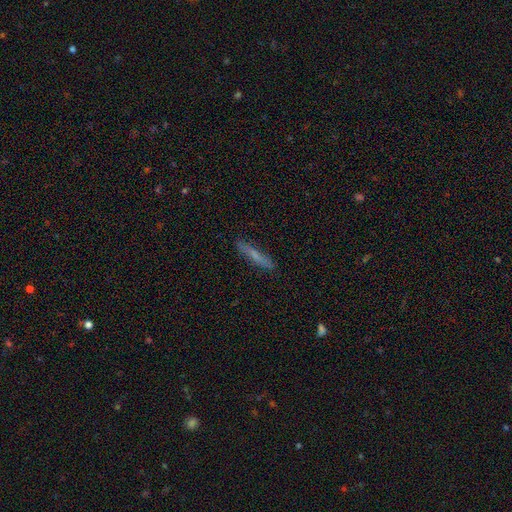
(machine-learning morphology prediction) type=smooth (60%); roundness=cigar-shaped (93%); merging=none (87%).